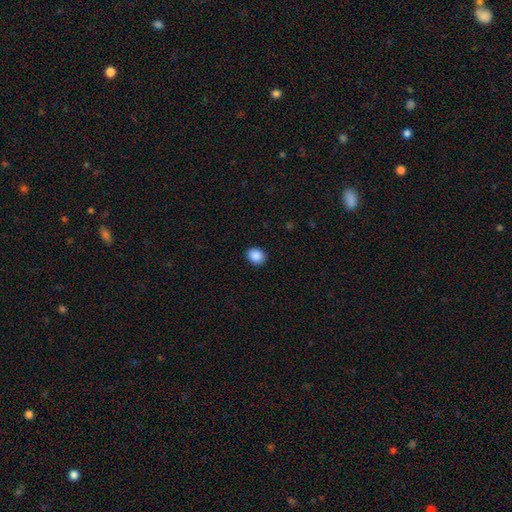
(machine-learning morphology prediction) This is clearly a smooth galaxy (89%). How rounded: possibly round (55%). Merging: clearly none (90%).